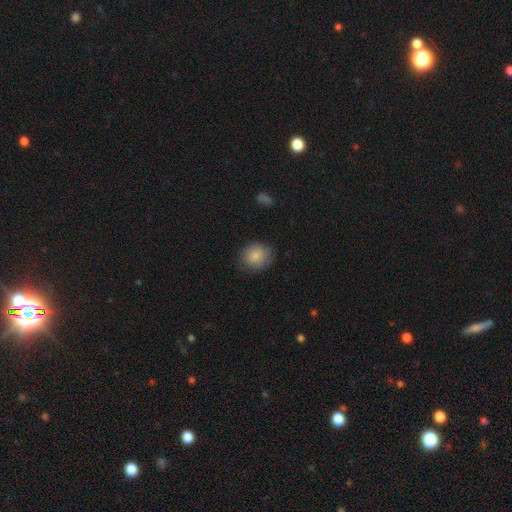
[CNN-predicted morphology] This appears to be a smooth galaxy with no disk features (86%) that is round (75%). Merging: none (82%).